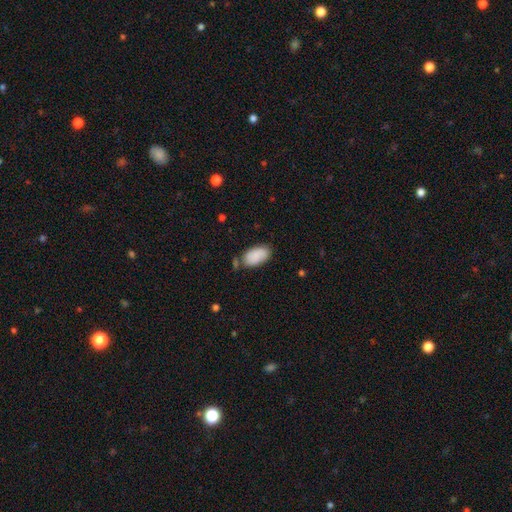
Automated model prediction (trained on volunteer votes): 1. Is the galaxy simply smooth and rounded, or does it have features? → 85% smooth, 9% featured or disk, 7% star or artifact.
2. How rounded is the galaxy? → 95% in between, 3% round, 2% cigar-shaped.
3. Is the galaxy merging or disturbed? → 68% none, 20% minor disturbance, 7% merger, 5% major disturbance.